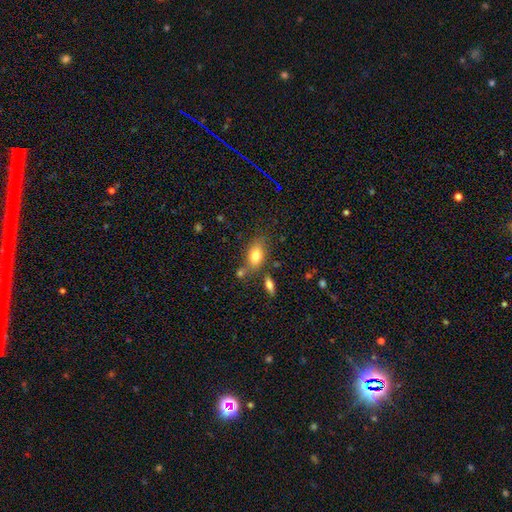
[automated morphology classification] The model was most divided on "merging": none: 63%, minor disturbance: 16%, merger: 15%, major disturbance: 5%. More confident: how rounded — in between (84%); smooth or featured — smooth (78%).